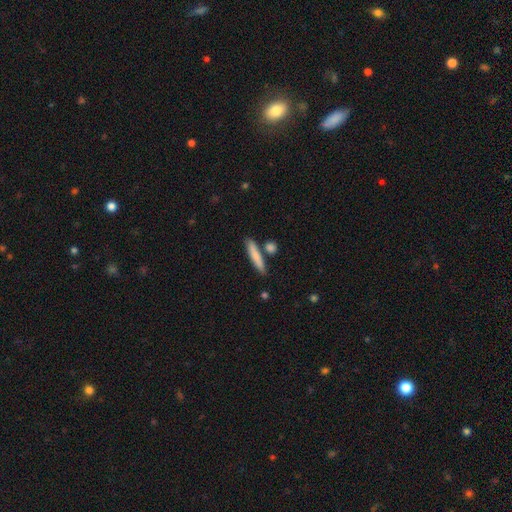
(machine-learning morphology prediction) A smooth galaxy with no disk features (79%) that is cigar-shaped (86%). Merging: none (79%).